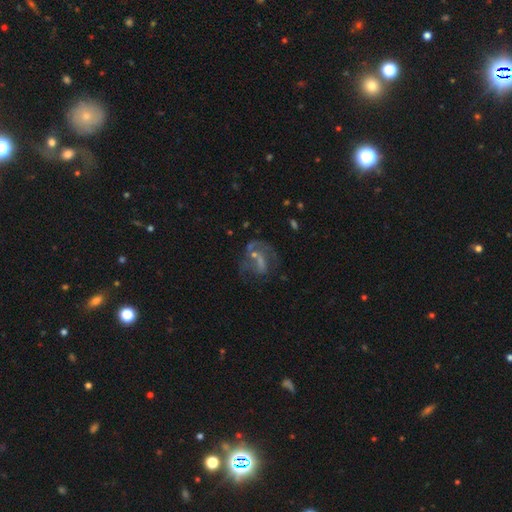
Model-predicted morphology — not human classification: A featured or disk galaxy (64%) with no bar (44%), spiral arms (66%) and a small central bulge (45%).

Vote fractions:
- Smooth or featured? featured or disk: 64% / smooth: 20% / star or artifact: 16%
- Edge-on disk? no: 96% / yes: 4%
- Bar? no: 44% / weak: 39% / strong: 17%
- Spiral arms? yes: 66% / no: 34%
- Bulge size? small: 45% / none: 28% / moderate: 22% / large: 3% / dominant: 2%
- Merging? none: 40% / major disturbance: 31% / minor disturbance: 16% / merger: 12%